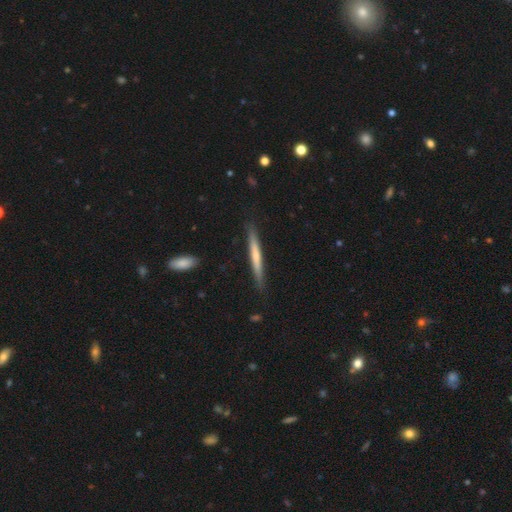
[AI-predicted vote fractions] A smooth galaxy with no disk features (51%) that is cigar-shaped (96%).

Vote fractions:
- Smooth or featured? smooth: 51% / featured or disk: 43% / star or artifact: 6%
- How rounded? cigar-shaped: 96% / in between: 3% / round: 1%
- Merging? none: 87% / minor disturbance: 10% / major disturbance: 2% / merger: 1%